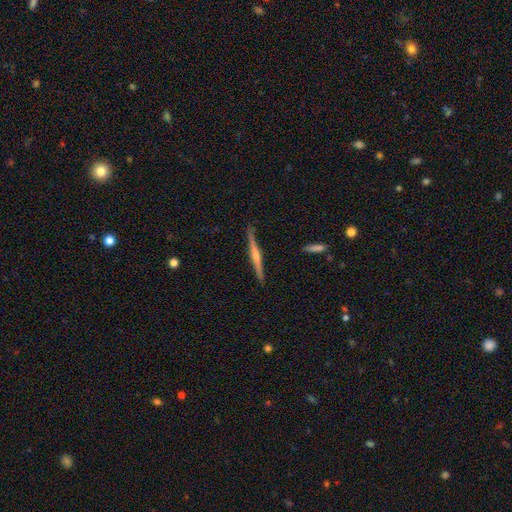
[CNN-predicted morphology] Smooth or featured: featured or disk — 82% (smooth — 13%)
Edge-on disk: yes — 98% (no — 2%)
Edge-on bulge: rounded — 84% (none — 9%)
Merging: none — 90% (minor disturbance — 8%)